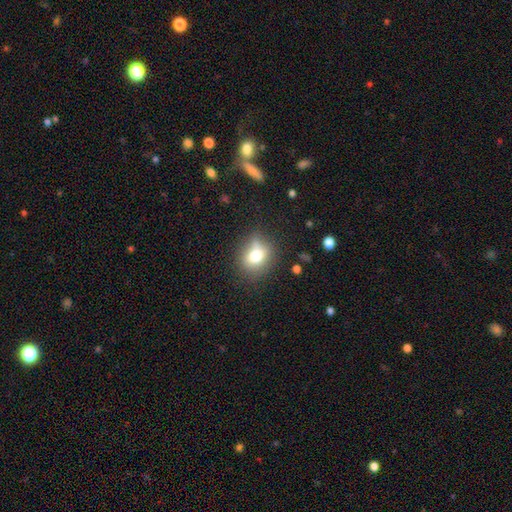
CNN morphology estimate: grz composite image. It shows a smooth galaxy with no disk features (70%) that is round (59%). Merging: none (60%).